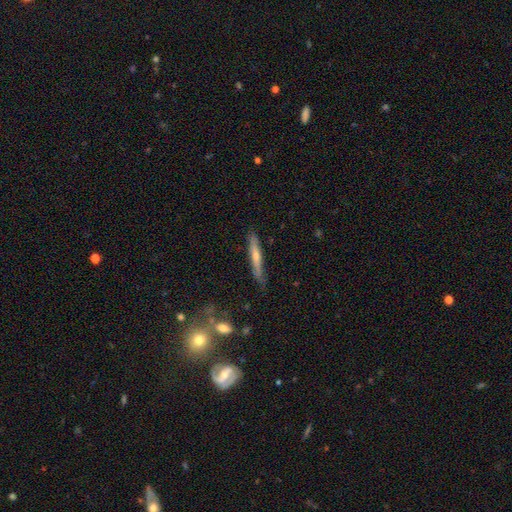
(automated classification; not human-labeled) This is possibly a featured or disk galaxy (53%). It is clearly viewed edge-on (92%). Merging: clearly none (80%).